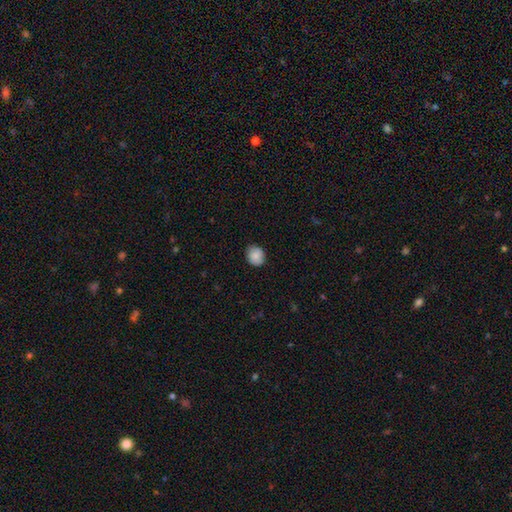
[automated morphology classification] This is clearly a smooth galaxy (83%). How rounded: likely round (71%). Merging: clearly none (84%).